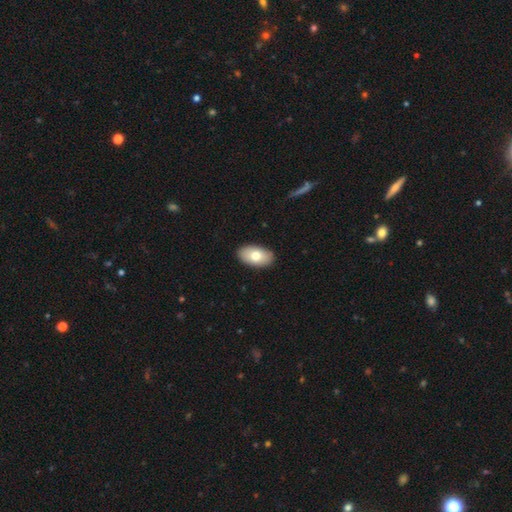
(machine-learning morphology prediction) A smooth galaxy with no disk features (76%) that is in between round and cigar-shaped (94%). Merging: none (90%).